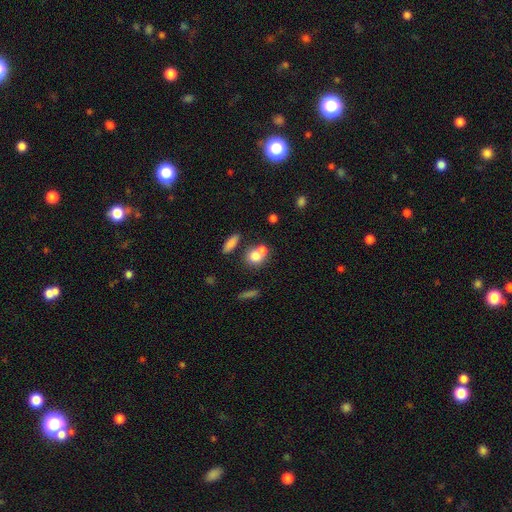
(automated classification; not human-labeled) Morphology: type=smooth (71%); roundness=round (63%); merging=merger (52%).